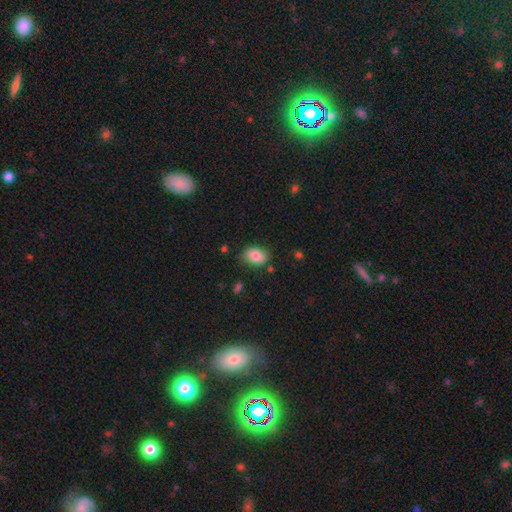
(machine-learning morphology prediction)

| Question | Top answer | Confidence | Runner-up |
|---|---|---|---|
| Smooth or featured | smooth | 84% | star or artifact (8%) |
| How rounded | in between | 79% | round (20%) |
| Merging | none | 74% | minor disturbance (19%) |